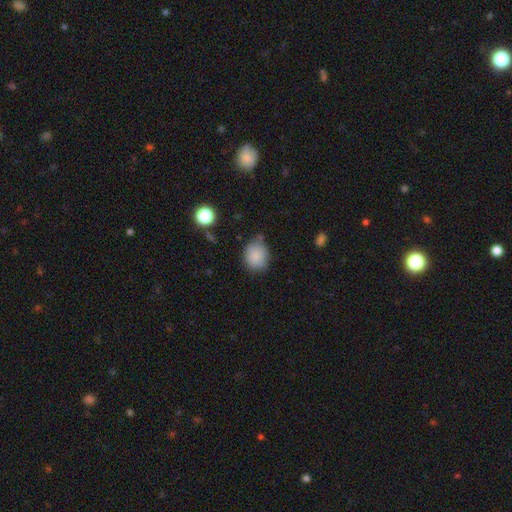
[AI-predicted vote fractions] A smooth galaxy with no disk features (85%) that is round (66%). Merging: none (69%).